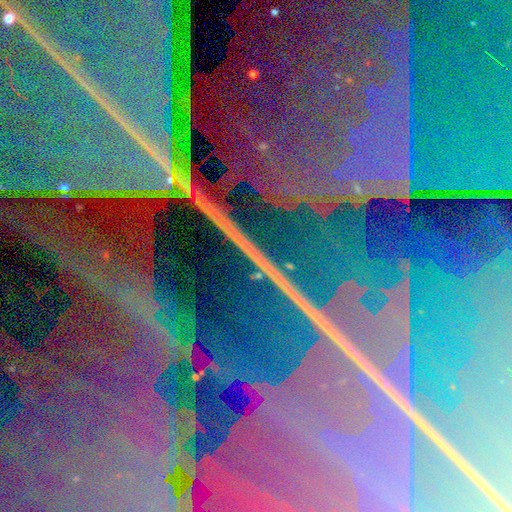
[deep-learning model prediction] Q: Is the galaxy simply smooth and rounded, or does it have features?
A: star or artifact — 86%.